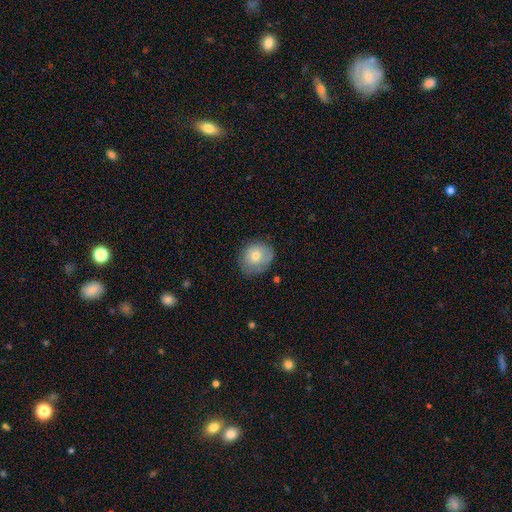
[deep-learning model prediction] smooth_or_featured: smooth (p=0.68) [alt: featured or disk p=0.25]
how_rounded: round (p=0.65) [alt: in between p=0.34]
merging: none (p=0.68) [alt: minor disturbance p=0.24]